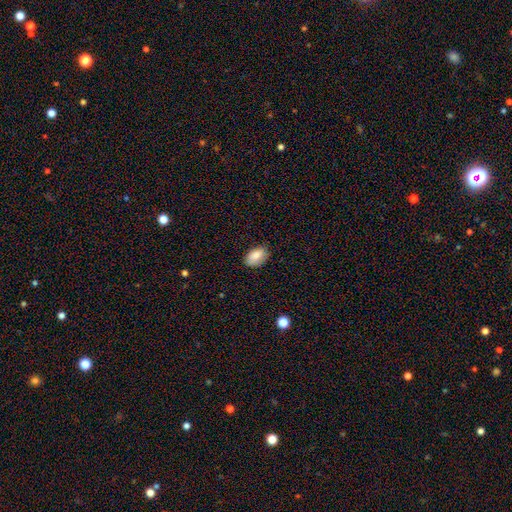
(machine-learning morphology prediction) A smooth galaxy with no disk features (84%) that is in between round and cigar-shaped (88%). Merging: none (79%).